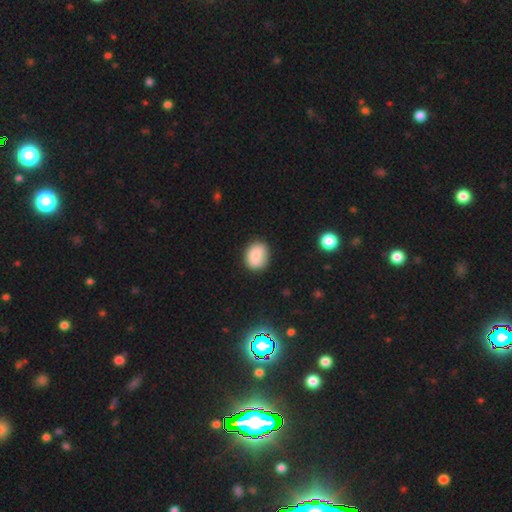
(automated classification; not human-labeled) A smooth galaxy with no disk features (82%) that is round (51%). Merging: none (78%).